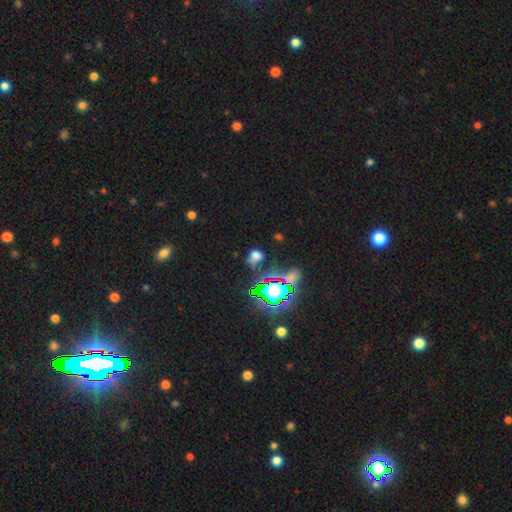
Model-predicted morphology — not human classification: Smooth or featured?
  - smooth: 47% *
  - star or artifact: 40%
  - featured or disk: 12%
Merging?
  - none: 55% *
  - minor disturbance: 21%
  - major disturbance: 16%
  - merger: 9%